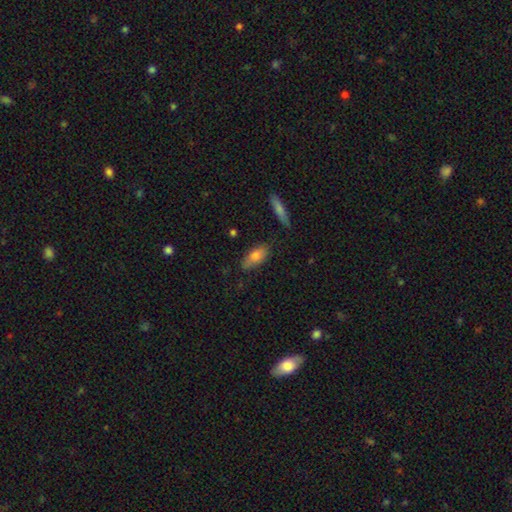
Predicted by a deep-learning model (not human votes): Overall: smooth (76%). How rounded: in between (78%). Merging: none (70%).